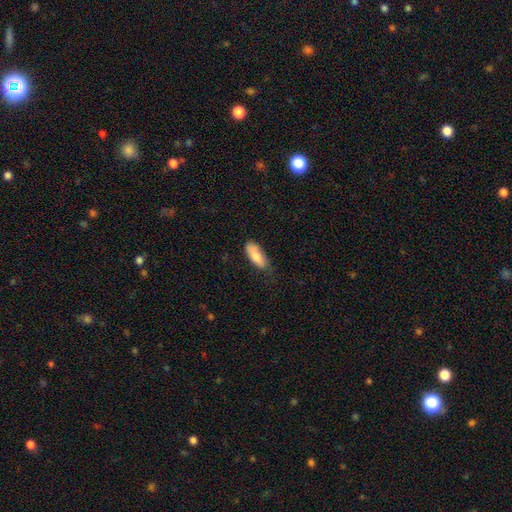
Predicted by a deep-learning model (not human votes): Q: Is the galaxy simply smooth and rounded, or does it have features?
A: smooth — 82%.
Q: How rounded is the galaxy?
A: in between — 77%.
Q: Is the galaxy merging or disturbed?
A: none — 65%.